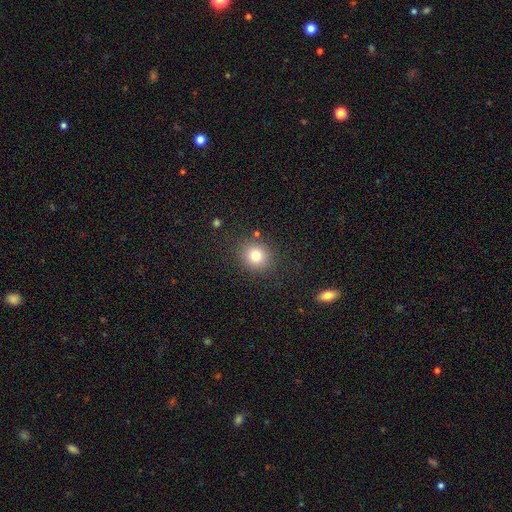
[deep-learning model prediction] This appears to be a smooth galaxy with no disk features (80%) that is round (80%). Merging: none (84%).